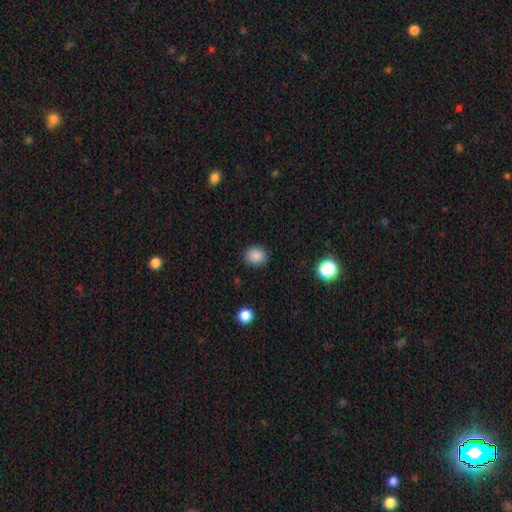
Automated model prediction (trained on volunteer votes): Overall: smooth (87%). How rounded: round (68%; in between 31%). Merging: none (86%).